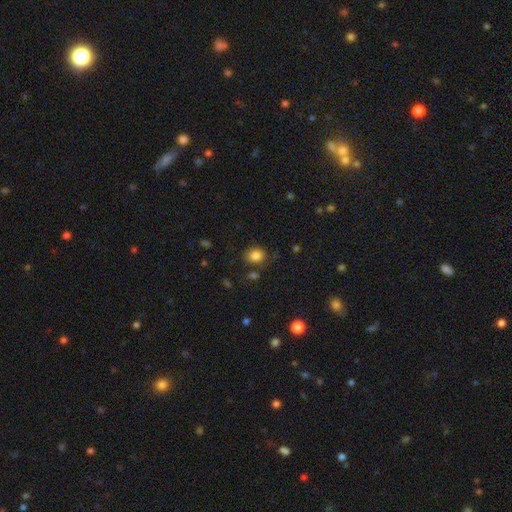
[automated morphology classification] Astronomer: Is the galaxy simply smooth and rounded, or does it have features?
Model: smooth — 84%.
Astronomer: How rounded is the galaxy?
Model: round — 61% (runner-up: in between, 38%).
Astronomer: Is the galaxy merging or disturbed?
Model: none — 80%.